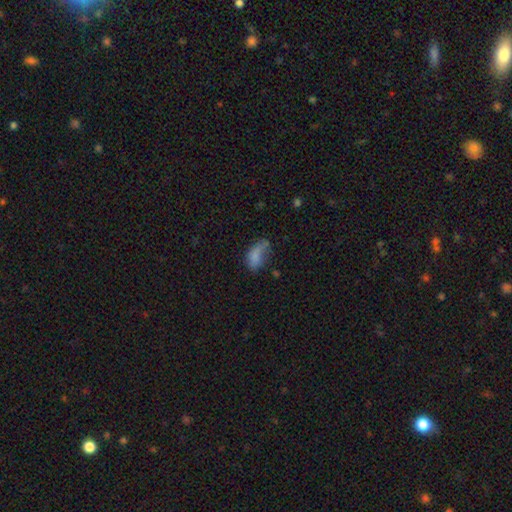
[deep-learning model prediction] smooth 73%, featured or disk 16%, star or artifact 11%. Down the decision tree: how rounded — in between (90%); merging — major disturbance (31%, tied with none and minor disturbance).